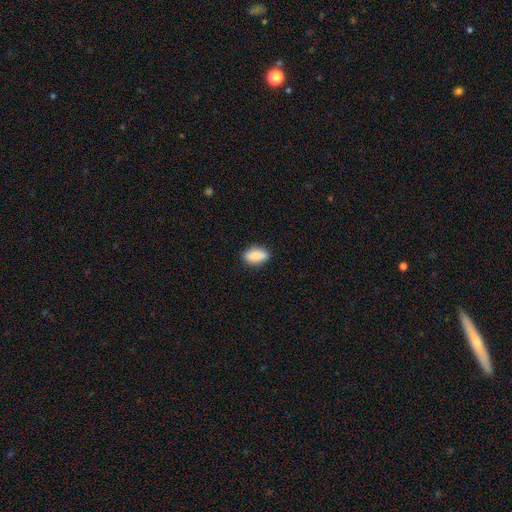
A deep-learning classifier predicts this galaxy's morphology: type=smooth (85%); roundness=in between (83%); merging=none (84%).